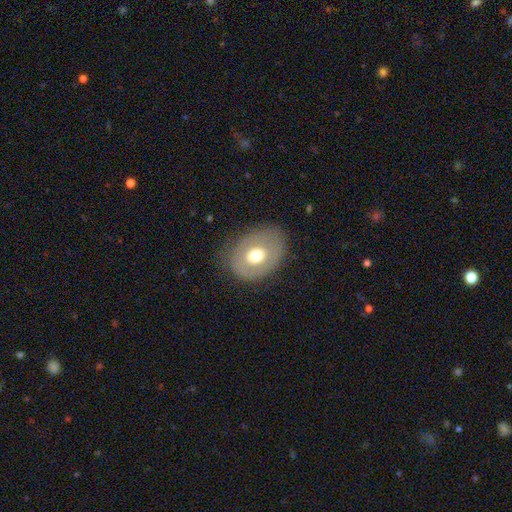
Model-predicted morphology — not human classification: Smooth or featured: smooth — 58% (featured or disk — 34%)
How rounded: in between — 62% (round — 37%)
Merging: none — 78% (minor disturbance — 14%)